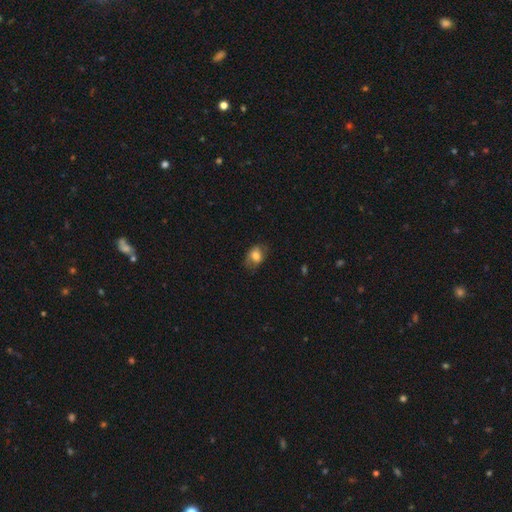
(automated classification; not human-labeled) smooth 67%, featured or disk 24%, star or artifact 9%. Down the decision tree: how rounded — in between (74%); merging — none (64%).